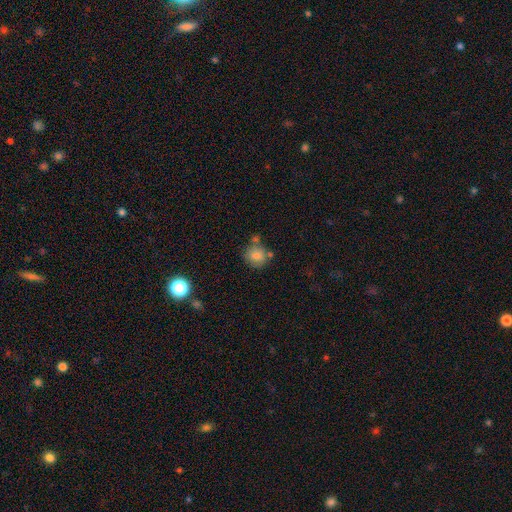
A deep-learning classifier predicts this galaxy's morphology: A smooth galaxy with no disk features (80%) that is round (86%).

Vote fractions:
- Smooth or featured? smooth: 80% / star or artifact: 10% / featured or disk: 10%
- How rounded? round: 86% / in between: 13% / cigar-shaped: 1%
- Merging? none: 64% / minor disturbance: 16% / merger: 15% / major disturbance: 5%